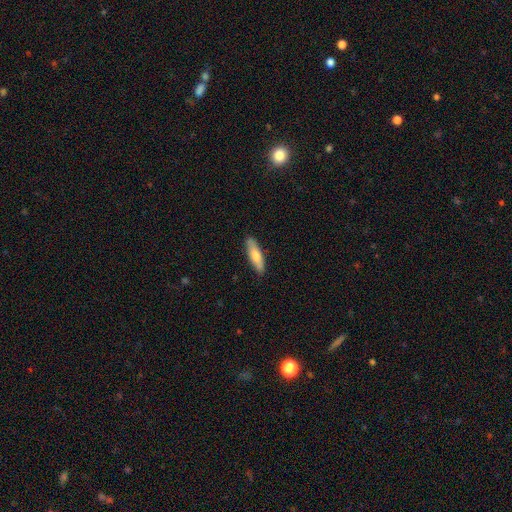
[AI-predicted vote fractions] A smooth galaxy with no disk features (71%) that is cigar-shaped (65%). Merging: none (87%).